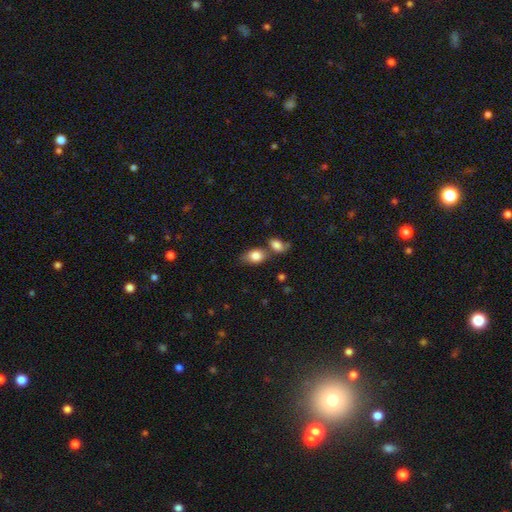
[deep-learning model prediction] The model was most divided on "merging": none: 47%, merger: 29%, minor disturbance: 18%, major disturbance: 6%. More confident: smooth or featured — smooth (84%); how rounded — in between (77%).